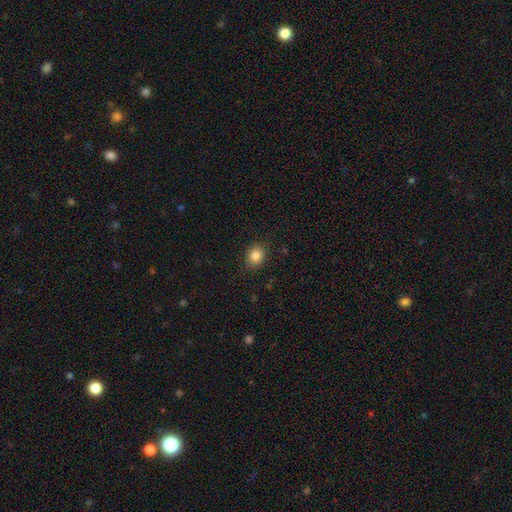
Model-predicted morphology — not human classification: smooth_or_featured: smooth (p=0.84) [alt: star or artifact p=0.10]
how_rounded: round (p=0.60) [alt: in between p=0.39]
merging: none (p=0.87) [alt: minor disturbance p=0.09]